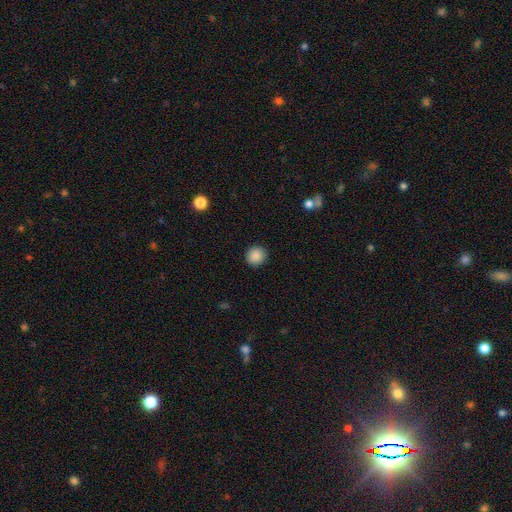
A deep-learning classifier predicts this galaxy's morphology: Smooth or featured? smooth (88%)
How rounded? round (88%)
Merging? none (91%)